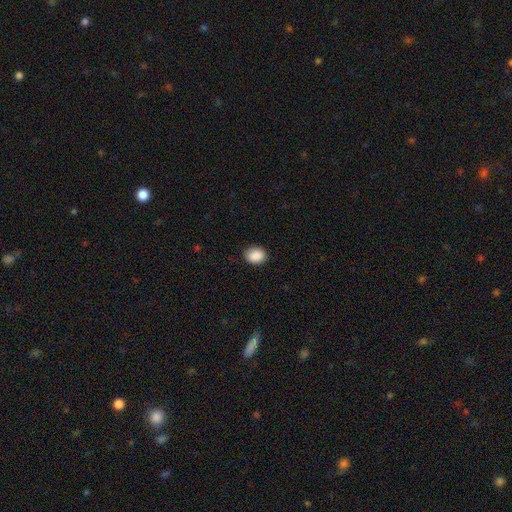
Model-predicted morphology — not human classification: Smooth or featured: smooth — 89% (star or artifact — 8%)
How rounded: in between — 55% (round — 45%)
Merging: none — 87% (minor disturbance — 10%)